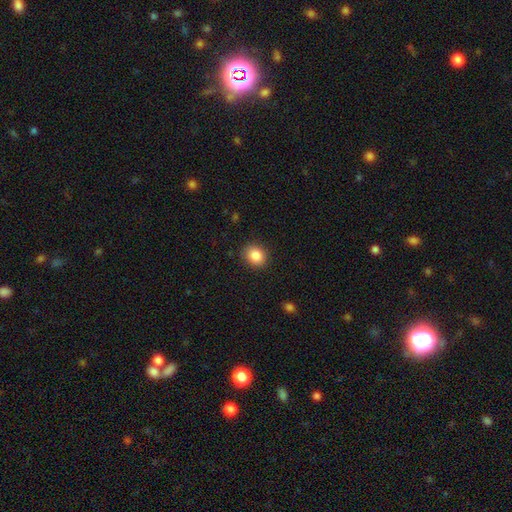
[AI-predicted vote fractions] Q: Smooth or featured?
A: smooth (86%); runner-up: star or artifact (9%)
Q: How rounded?
A: round (63%); runner-up: in between (36%)
Q: Merging?
A: none (88%); runner-up: minor disturbance (8%)